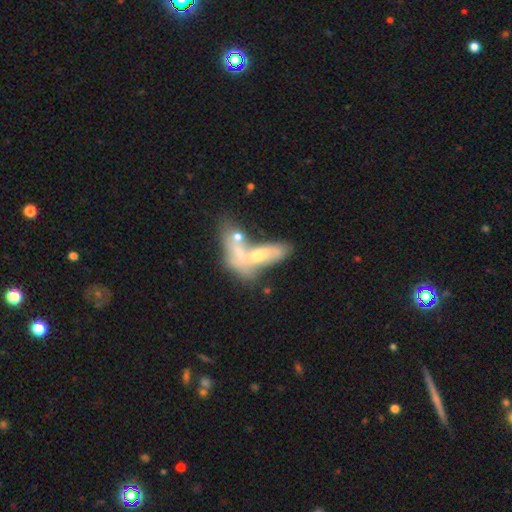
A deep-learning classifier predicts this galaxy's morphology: Smooth or featured? Predicted: featured or disk (p=0.47). Merging? Predicted: merger (p=0.63).